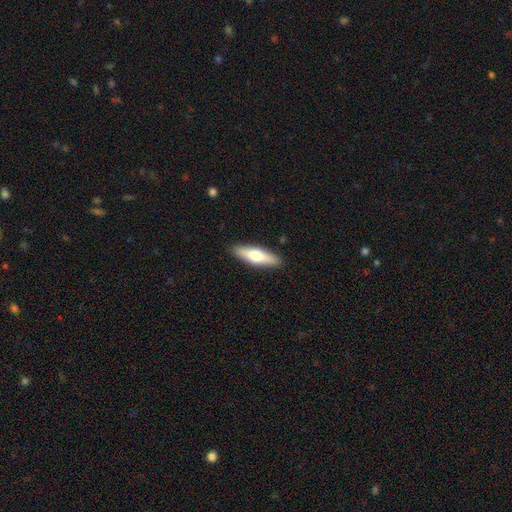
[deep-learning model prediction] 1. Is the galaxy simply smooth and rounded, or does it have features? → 59% smooth, 36% featured or disk, 5% star or artifact.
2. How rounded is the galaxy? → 58% cigar-shaped, 40% in between, 2% round.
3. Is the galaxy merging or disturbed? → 89% none, 8% minor disturbance, 2% major disturbance, 1% merger.